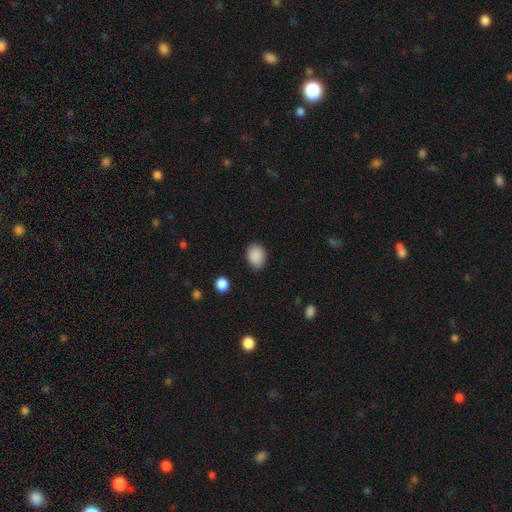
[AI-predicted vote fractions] smooth_or_featured: smooth (p=0.89) [alt: star or artifact p=0.08]
how_rounded: in between (p=0.67) [alt: round p=0.32]
merging: none (p=0.86) [alt: minor disturbance p=0.10]